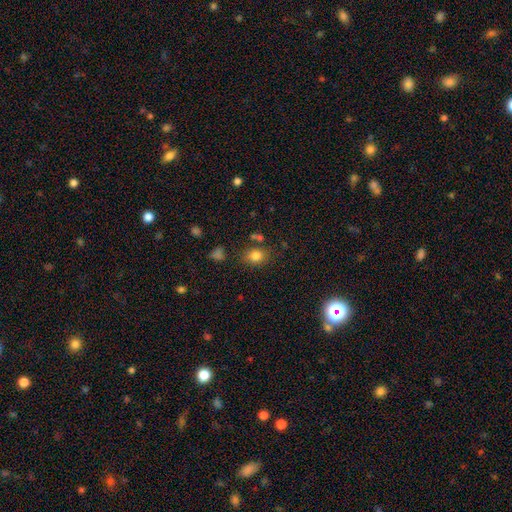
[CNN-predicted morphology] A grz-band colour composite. It shows a smooth galaxy with no disk features (81%) that is in between round and cigar-shaped (54%). Merging: none (75%).